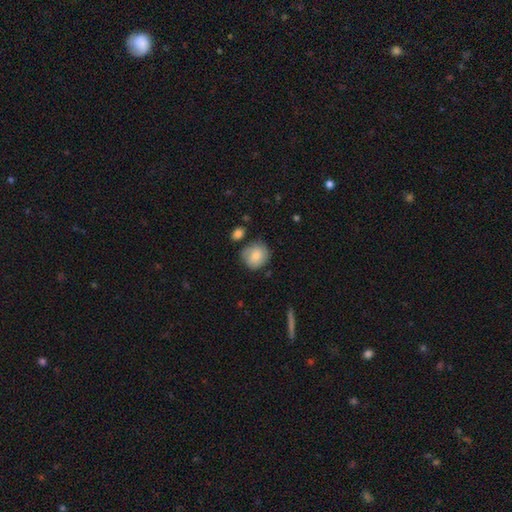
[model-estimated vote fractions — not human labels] Smooth or featured? smooth (72%)
How rounded? round (87%)
Merging? none (70%)